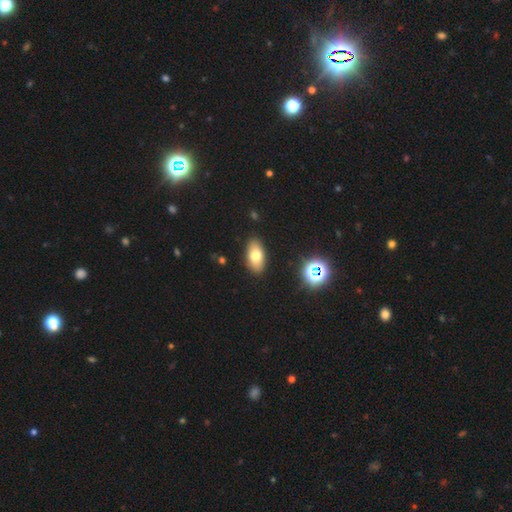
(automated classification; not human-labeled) A smooth galaxy with no disk features (73%) that is in between round and cigar-shaped (91%).

Vote fractions:
- Smooth or featured? smooth: 73% / featured or disk: 17% / star or artifact: 11%
- How rounded? in between: 91% / round: 5% / cigar-shaped: 4%
- Merging? none: 88% / minor disturbance: 8% / major disturbance: 2% / merger: 1%